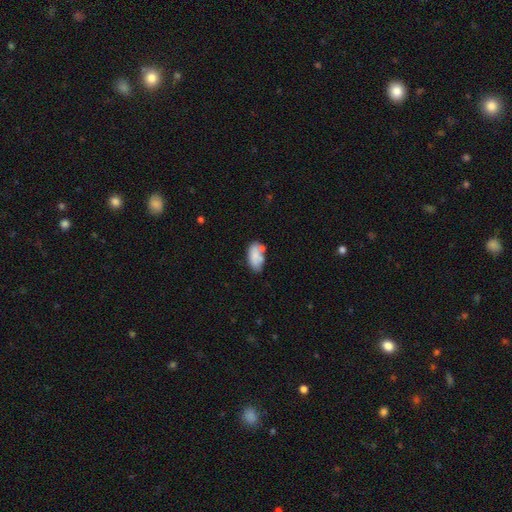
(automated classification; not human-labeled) Smooth or featured? smooth (77%)
How rounded? in between (93%)
Merging? none (55%)